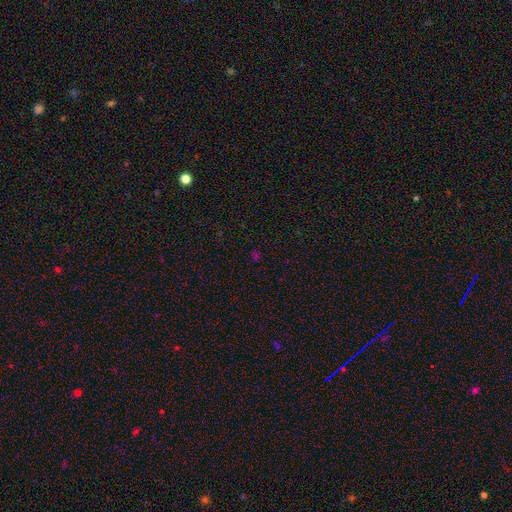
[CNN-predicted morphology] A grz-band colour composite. It shows a star or artifact, not a galaxy (52%).